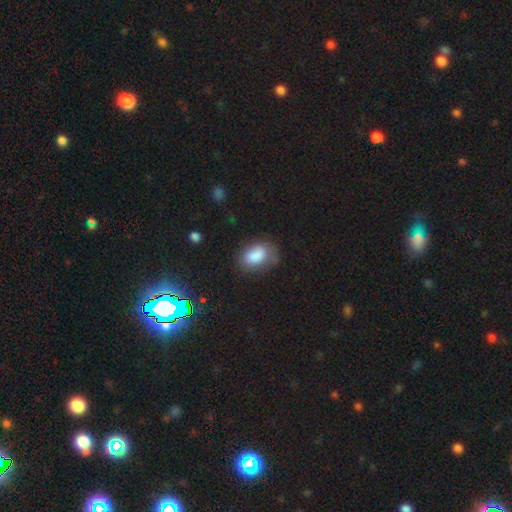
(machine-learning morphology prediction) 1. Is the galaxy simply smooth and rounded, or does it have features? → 81% smooth, 10% featured or disk, 9% star or artifact.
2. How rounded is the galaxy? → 86% in between, 13% round, 2% cigar-shaped.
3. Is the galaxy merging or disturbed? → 56% none, 29% minor disturbance, 12% major disturbance, 3% merger.